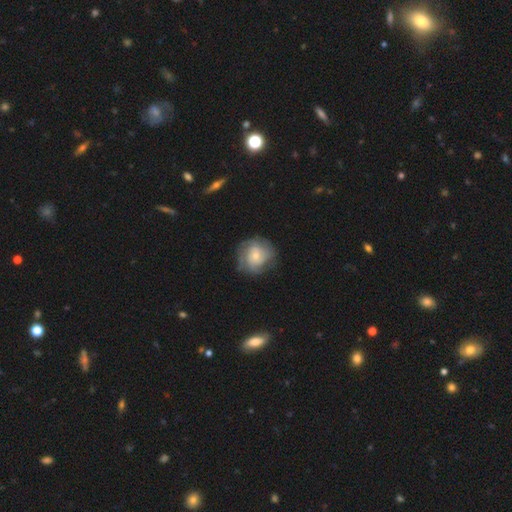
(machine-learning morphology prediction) Smooth or featured? featured or disk (64%)
Edge-on disk? no (97%)
Bar? no (76%)
Spiral arms? yes (85%)
Spiral winding? tight (56%)
Spiral arm count? can't tell (39%)
Bulge size? small (60%)
Merging? none (70%)